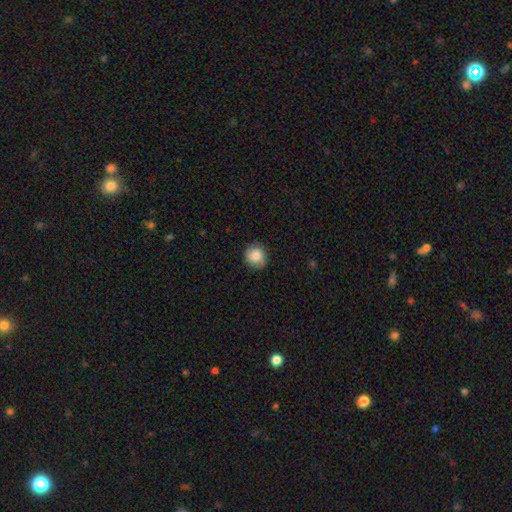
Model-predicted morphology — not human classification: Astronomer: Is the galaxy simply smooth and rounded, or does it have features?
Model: smooth — 80%.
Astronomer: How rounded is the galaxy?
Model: round — 87%.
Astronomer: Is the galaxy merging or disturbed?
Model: none — 86%.